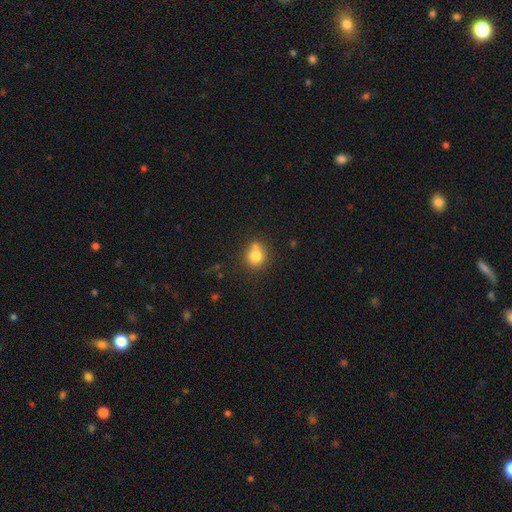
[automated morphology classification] A smooth galaxy with no disk features (77%) that is round (84%). Merging: none (58%).